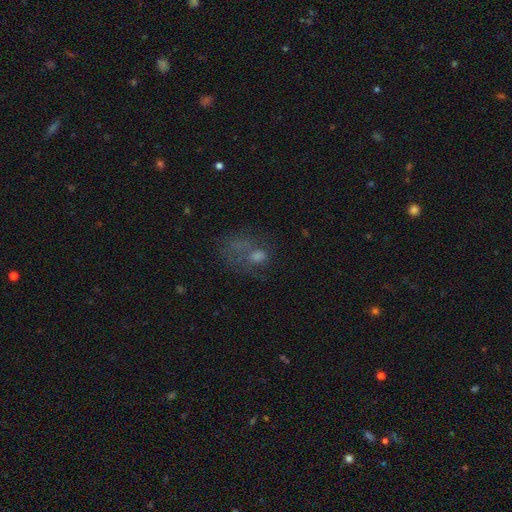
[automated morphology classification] A smooth galaxy with no disk features (47%). Merging: major disturbance (44%).